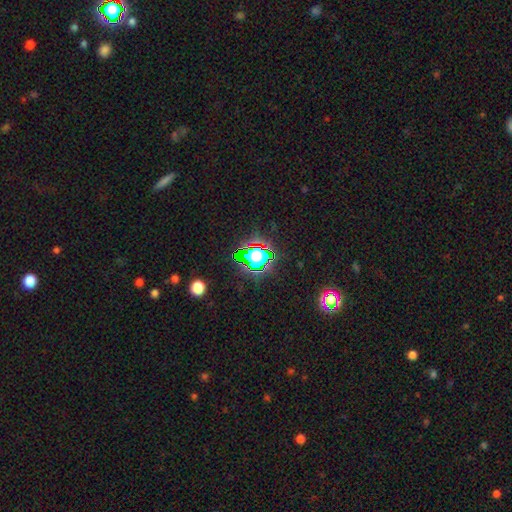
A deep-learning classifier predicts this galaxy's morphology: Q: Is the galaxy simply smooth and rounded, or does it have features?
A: star or artifact — 62%.